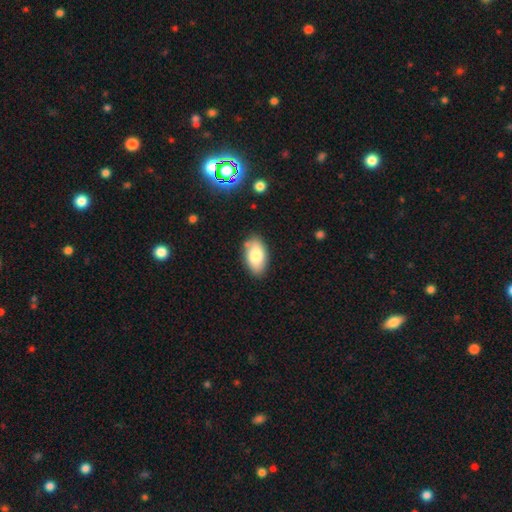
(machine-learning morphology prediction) The model was most divided on "smooth or featured": smooth: 79%, featured or disk: 14%, star or artifact: 7%. More confident: how rounded — in between (94%); merging — none (82%).